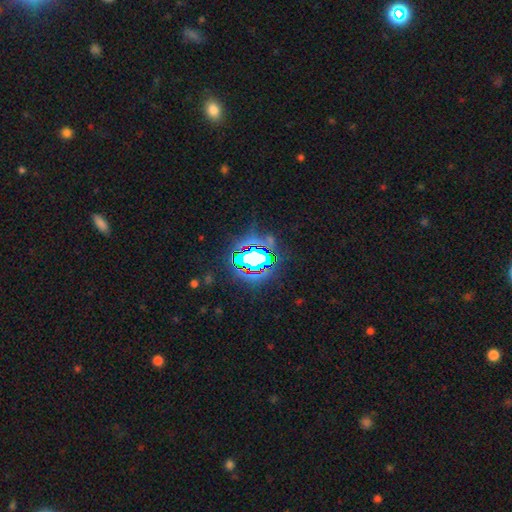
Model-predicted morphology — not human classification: star or artifact 77%, smooth 13%, featured or disk 10%.